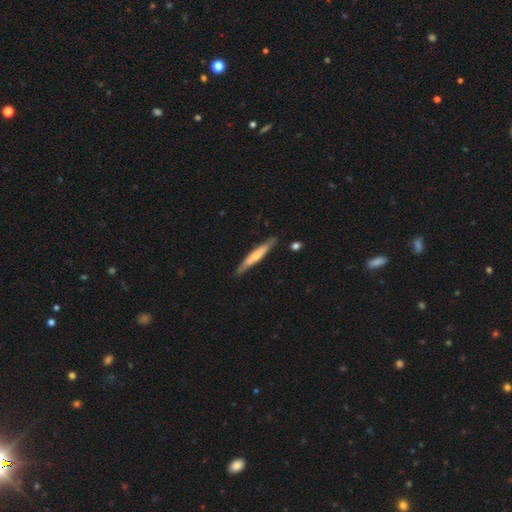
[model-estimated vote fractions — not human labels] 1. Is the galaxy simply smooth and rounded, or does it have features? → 51% smooth, 44% featured or disk, 5% star or artifact.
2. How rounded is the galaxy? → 93% cigar-shaped, 6% in between, 1% round.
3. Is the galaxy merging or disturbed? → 85% none, 11% minor disturbance, 2% merger, 2% major disturbance.